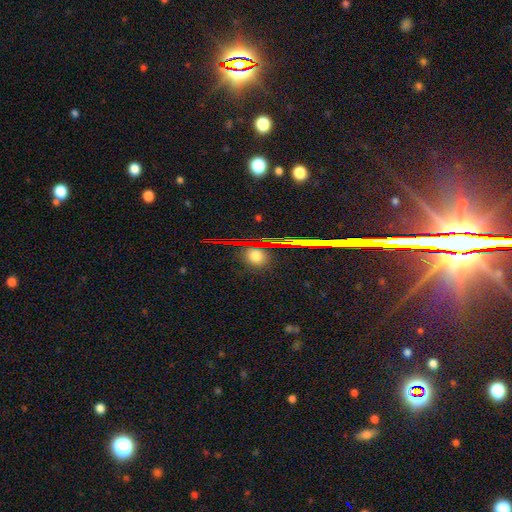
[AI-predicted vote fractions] Smooth or featured? smooth (59%)
How rounded? round (77%)
Merging? none (85%)